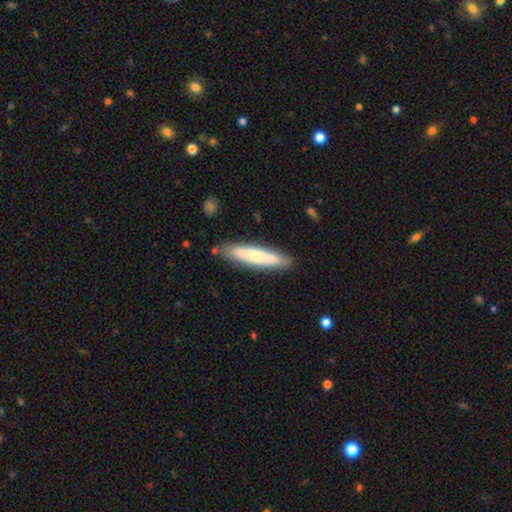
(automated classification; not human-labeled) This appears to be a smooth galaxy with no disk features (54%) that is cigar-shaped (80%). Merging: none (83%).